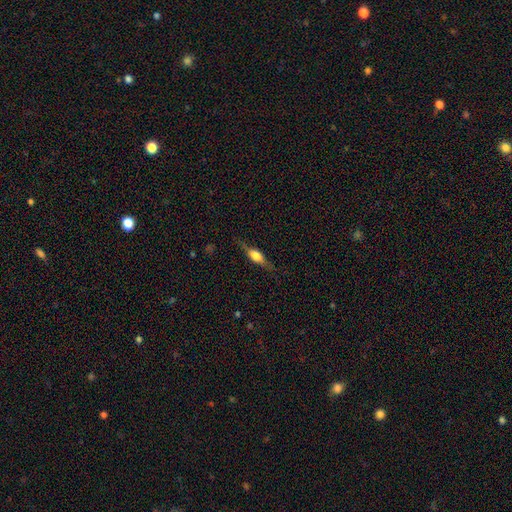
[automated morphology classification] featured or disk 59%, smooth 34%, star or artifact 7%. Down the decision tree: edge-on disk — yes (95%); edge-on bulge — rounded (87%); merging — none (81%).